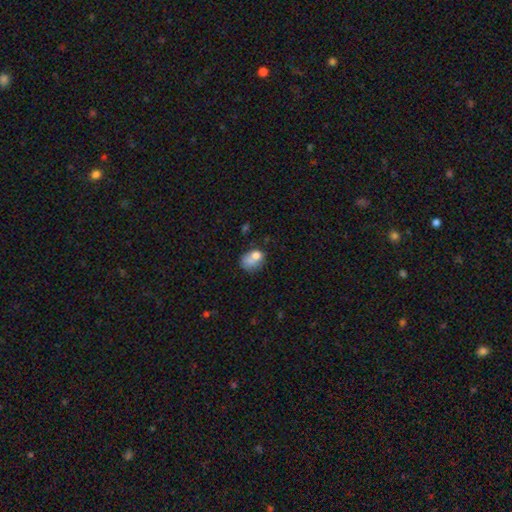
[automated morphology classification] Smooth or featured? Predicted: smooth (p=0.69). How rounded? Predicted: in between (p=0.53). Merging? Predicted: none (p=0.33).